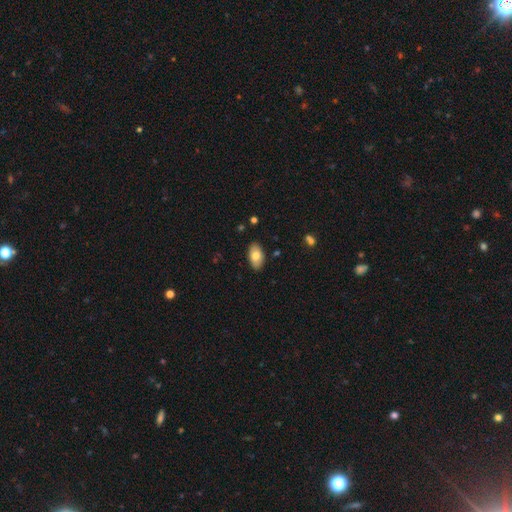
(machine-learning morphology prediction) Overall: smooth (76%). How rounded: in between (94%). Merging: none (87%).